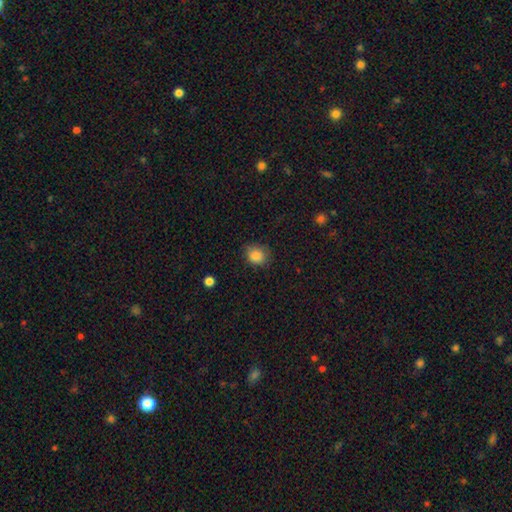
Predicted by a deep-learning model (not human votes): A smooth galaxy with no disk features (86%) that is round (68%).

Vote fractions:
- Smooth or featured? smooth: 86% / star or artifact: 10% / featured or disk: 5%
- How rounded? round: 68% / in between: 31% / cigar-shaped: 1%
- Merging? none: 77% / minor disturbance: 18% / major disturbance: 4% / merger: 1%